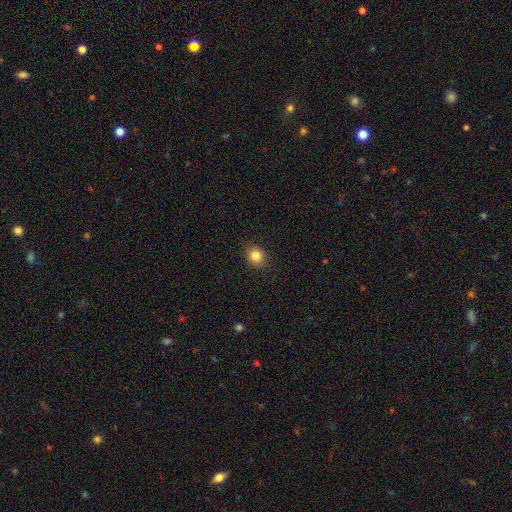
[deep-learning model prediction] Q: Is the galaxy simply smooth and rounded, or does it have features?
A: smooth — 83%.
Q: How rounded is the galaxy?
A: round — 67%.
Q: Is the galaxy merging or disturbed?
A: none — 88%.